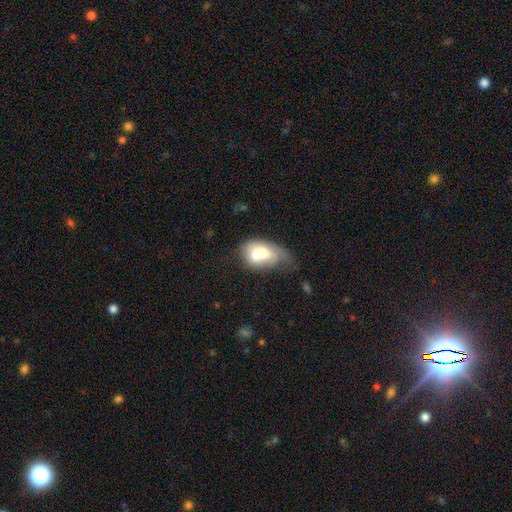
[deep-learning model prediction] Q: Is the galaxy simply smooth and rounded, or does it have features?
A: smooth — 57%.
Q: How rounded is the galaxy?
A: in between — 78%.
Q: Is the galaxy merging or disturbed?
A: merger — 51%.